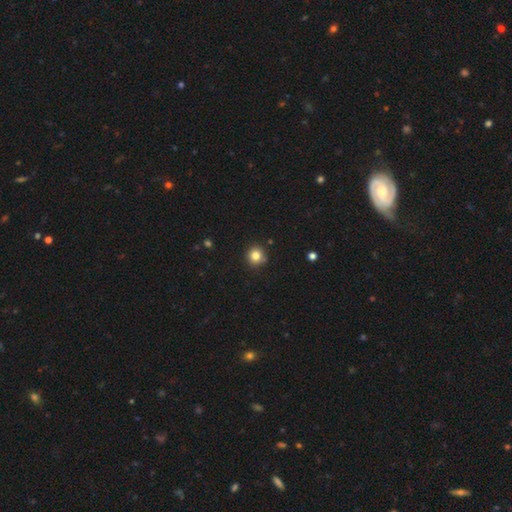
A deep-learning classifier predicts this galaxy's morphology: Smooth or featured? smooth (82%)
How rounded? round (92%)
Merging? none (87%)